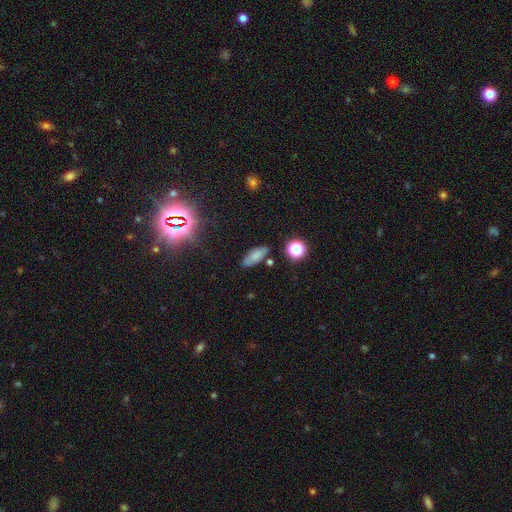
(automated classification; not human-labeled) smooth 71%, star or artifact 15%, featured or disk 15%. Down the decision tree: how rounded — in between (75%); merging — none (79%).